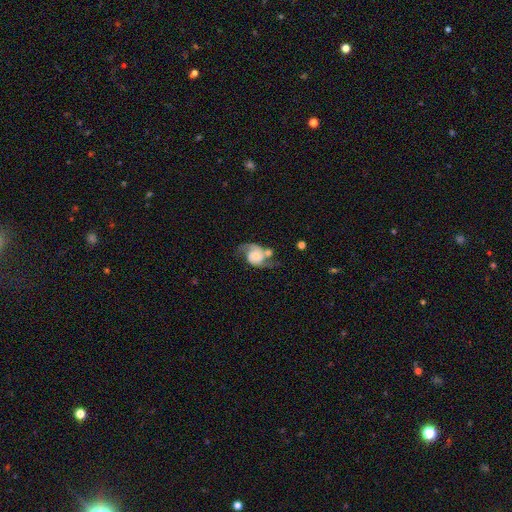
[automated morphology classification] smooth-or-featured: featured or disk: 76% | smooth: 16% | star or artifact: 7%
  disk-edge-on: no: 97% | yes: 3%
    bar: no: 70% | weak: 25% | strong: 6%
    has-spiral-arms: yes: 94% | no: 6%
      spiral-winding: medium: 42% | loose: 41% | tight: 16%
      spiral-arm-count: 2: 86% | 1: 7% | can't tell: 4% | 3: 1% | 4: 1% | more than 4: 1%
    bulge-size: small: 41% | moderate: 25% | none: 18% | large: 11% | dominant: 5%
  merging: none: 48% | minor disturbance: 21% | major disturbance: 17% | merger: 15%